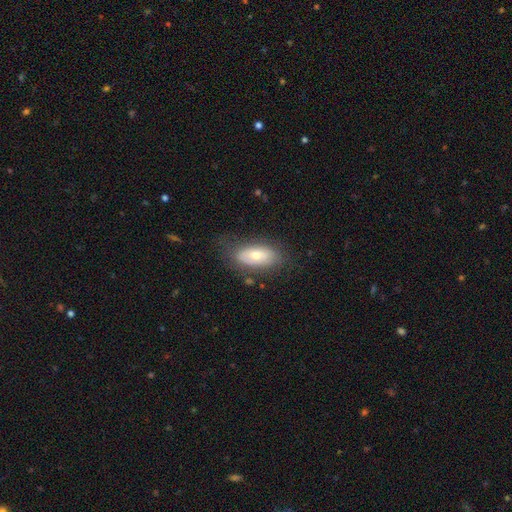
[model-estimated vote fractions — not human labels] smooth 58%, featured or disk 35%, star or artifact 7%. Down the decision tree: how rounded — in between (89%); merging — none (69%).